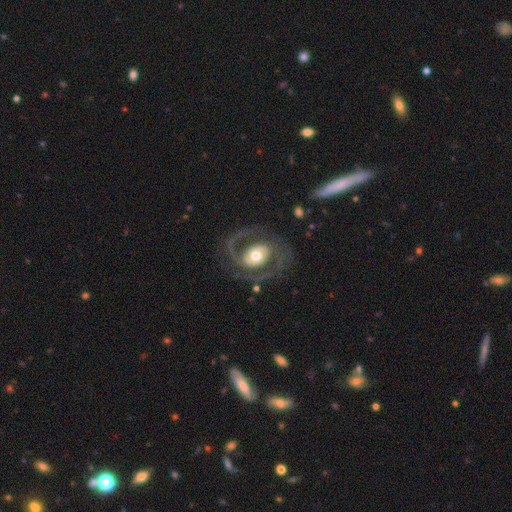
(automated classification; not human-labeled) Smooth or featured? Predicted: featured or disk (p=0.85). Edge-on disk? Predicted: no (p=0.97). Bar? Predicted: no (p=0.51). Spiral arms? Predicted: yes (p=0.91). Spiral winding? Predicted: medium (p=0.54). Spiral arm count? Predicted: 2 (p=0.84). Bulge size? Predicted: moderate (p=0.64). Merging? Predicted: none (p=0.73).